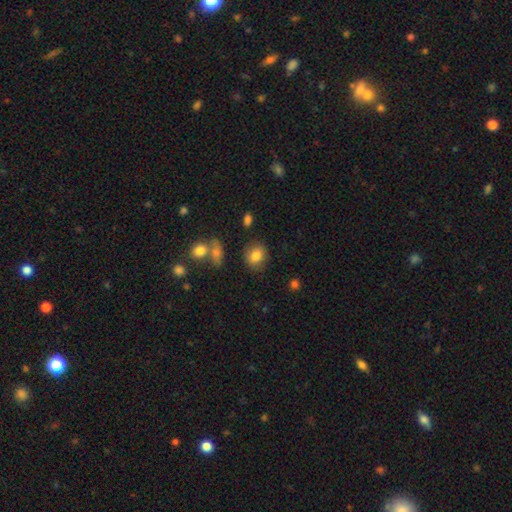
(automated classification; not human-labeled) smooth-or-featured: smooth: 82% | star or artifact: 9% | featured or disk: 9%
  how-rounded: round: 70% | in between: 29% | cigar-shaped: 1%
  merging: none: 83% | minor disturbance: 10% | merger: 4% | major disturbance: 3%